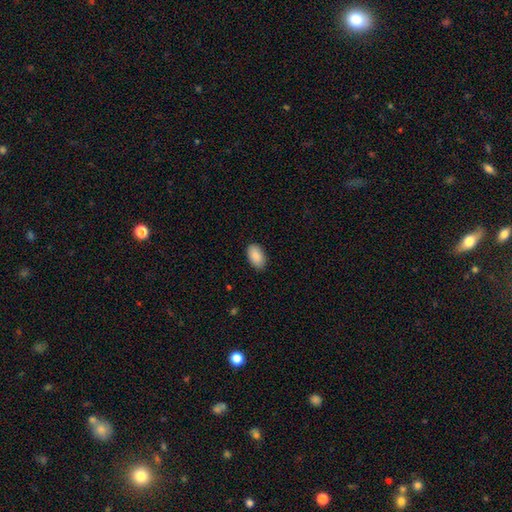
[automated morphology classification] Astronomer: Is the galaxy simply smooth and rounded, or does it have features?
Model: smooth — 89%.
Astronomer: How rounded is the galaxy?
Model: in between — 95%.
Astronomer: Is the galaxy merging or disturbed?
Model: none — 88%.